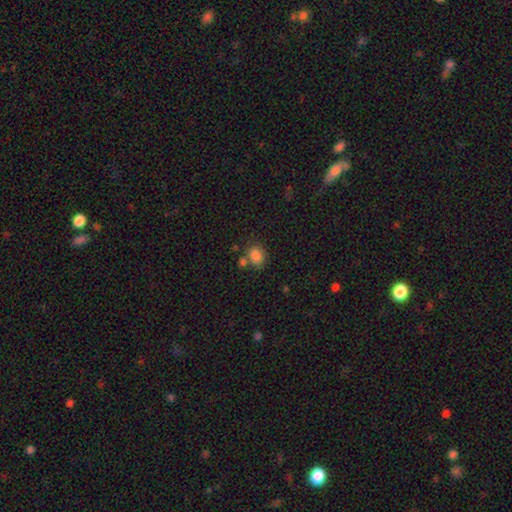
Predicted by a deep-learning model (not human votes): smooth 84%, star or artifact 11%, featured or disk 6%. Down the decision tree: how rounded — in between (63%); merging — none (59%).